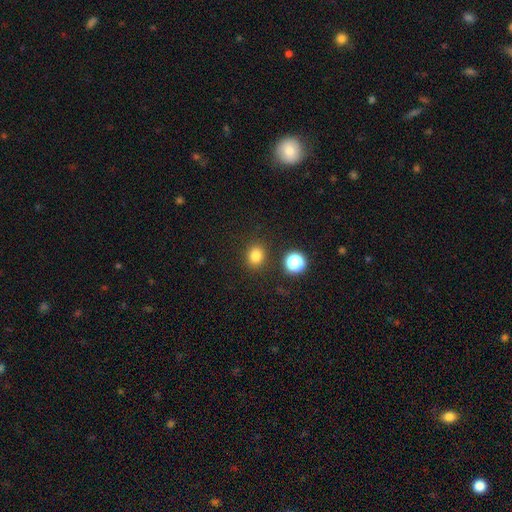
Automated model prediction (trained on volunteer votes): Smooth or featured? smooth (80%)
How rounded? round (73%)
Merging? none (87%)